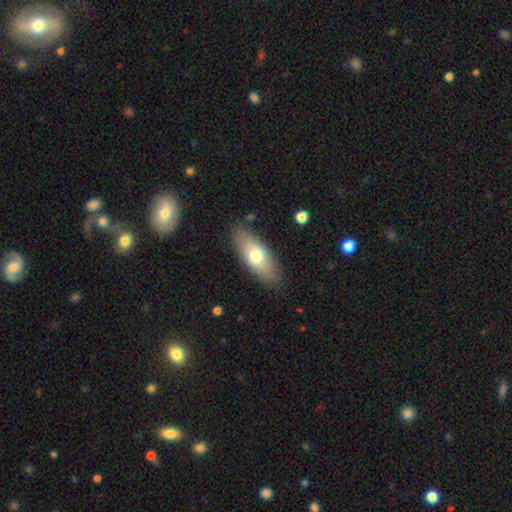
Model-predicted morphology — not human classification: Q: Smooth or featured?
A: smooth (69%); runner-up: featured or disk (25%)
Q: How rounded?
A: in between (77%); runner-up: cigar-shaped (20%)
Q: Merging?
A: none (85%); runner-up: minor disturbance (11%)